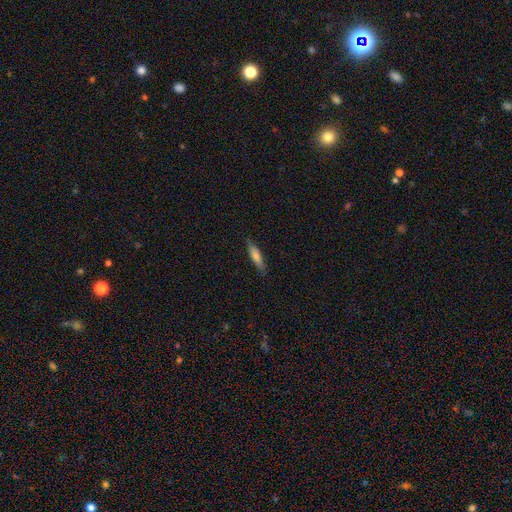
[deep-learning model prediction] smooth 64%, featured or disk 29%, star or artifact 7%. Down the decision tree: how rounded — cigar-shaped (78%); merging — none (85%).